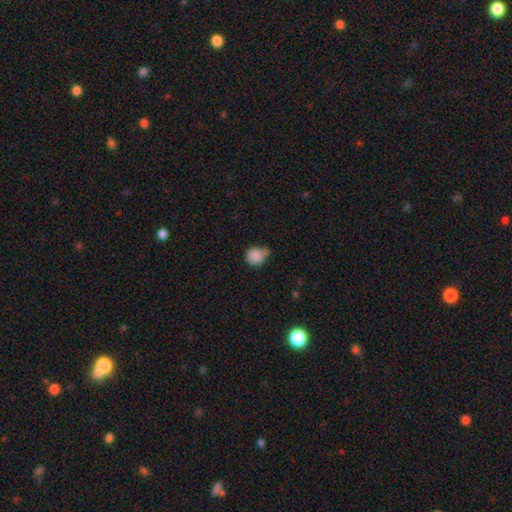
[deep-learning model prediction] A smooth galaxy with no disk features (86%) that is round (83%).

Vote fractions:
- Smooth or featured? smooth: 86% / star or artifact: 10% / featured or disk: 5%
- How rounded? round: 83% / in between: 16% / cigar-shaped: 1%
- Merging? none: 46% / minor disturbance: 33% / merger: 13% / major disturbance: 8%